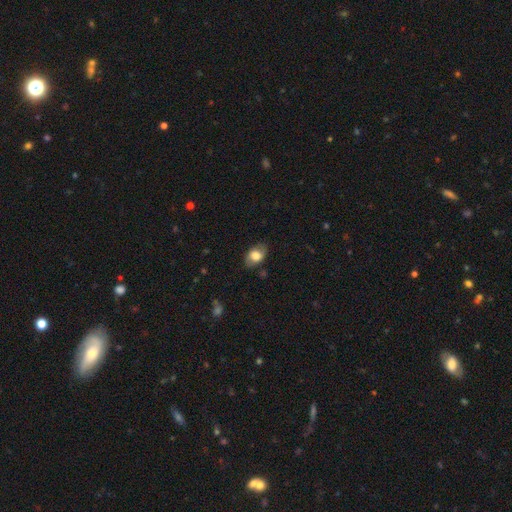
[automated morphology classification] The model was most divided on "smooth or featured": smooth: 68%, featured or disk: 25%, star or artifact: 7%. More confident: how rounded — in between (87%); merging — none (79%).